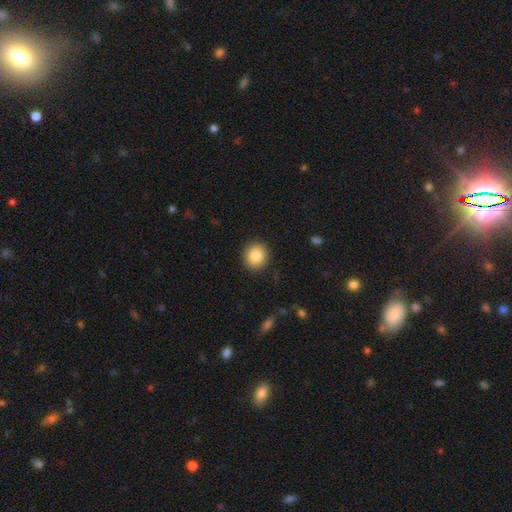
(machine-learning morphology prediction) Smooth or featured? Predicted: smooth (p=0.85). How rounded? Predicted: round (p=0.83). Merging? Predicted: none (p=0.90).